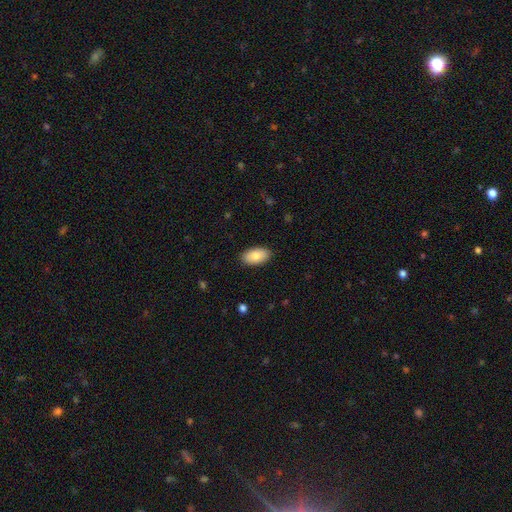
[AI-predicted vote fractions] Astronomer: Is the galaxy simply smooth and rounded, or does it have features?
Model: smooth — 82%.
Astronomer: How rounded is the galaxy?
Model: in between — 95%.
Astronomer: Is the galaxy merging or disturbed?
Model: none — 88%.